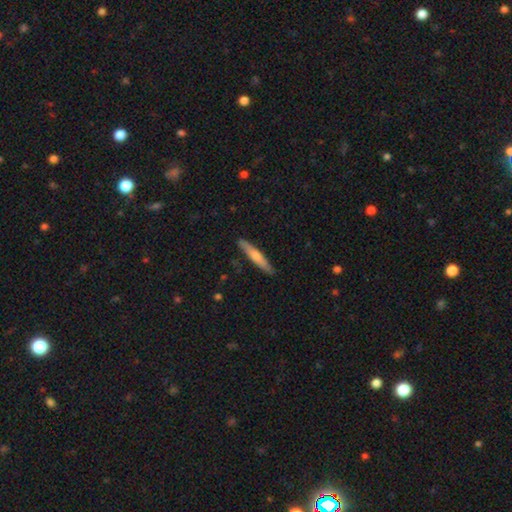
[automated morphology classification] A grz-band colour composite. It shows a smooth galaxy with no disk features (55%) that is cigar-shaped (93%). Merging: none (90%).